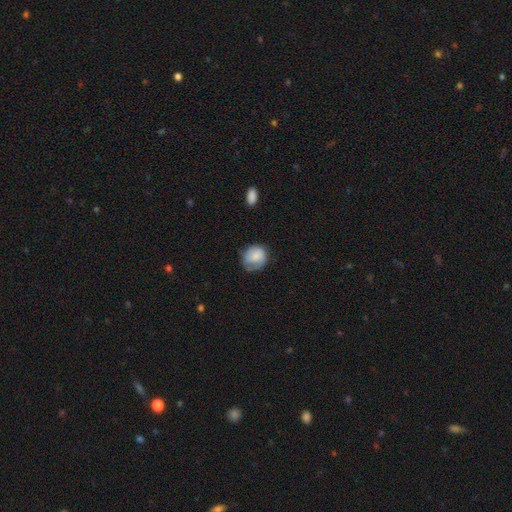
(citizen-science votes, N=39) Overall: smooth (72%). How rounded: round (75%). Merging: none (71%).